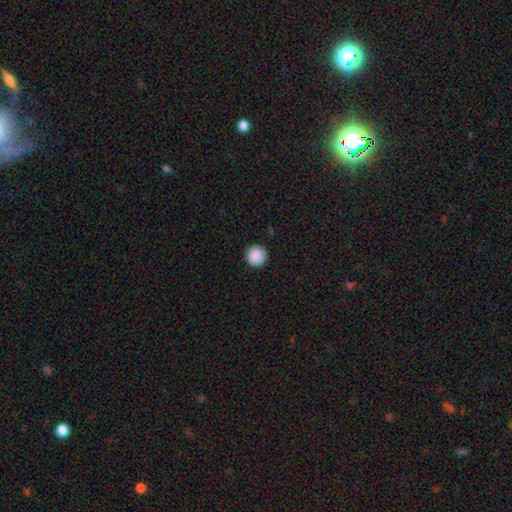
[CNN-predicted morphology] A smooth galaxy with no disk features (89%) that is round (95%).

Vote fractions:
- Smooth or featured? smooth: 89% / star or artifact: 8% / featured or disk: 3%
- How rounded? round: 95% / in between: 4% / cigar-shaped: 1%
- Merging? none: 92% / minor disturbance: 5% / major disturbance: 2% / merger: 1%